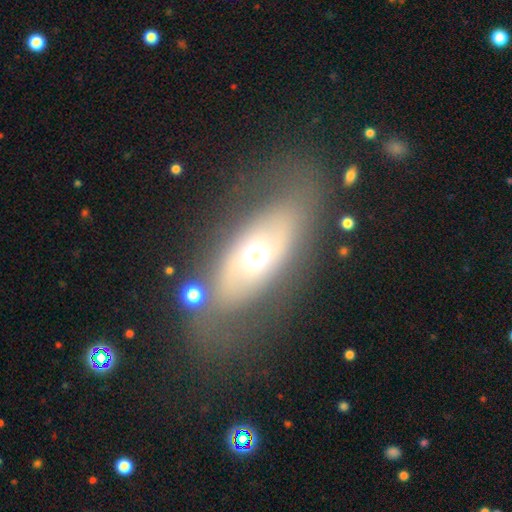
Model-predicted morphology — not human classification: type=smooth (52%); roundness=in between (74%); merging=none (67%).